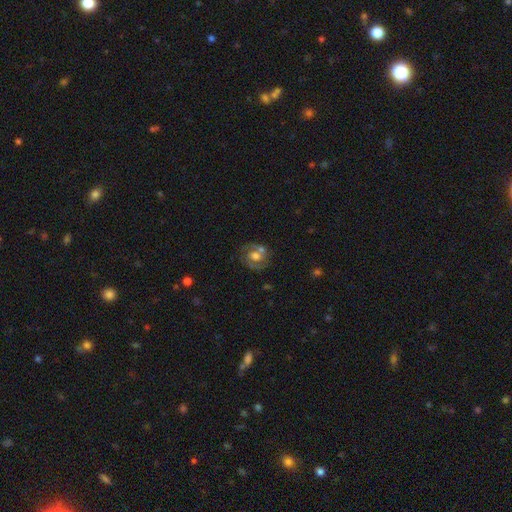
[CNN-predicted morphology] Smooth or featured: featured or disk — 65% (smooth — 26%)
Edge-on disk: no — 97% (yes — 3%)
Bar: no — 58% (weak — 33%)
Spiral arms: yes — 76% (no — 24%)
Bulge size: moderate — 59% (large — 24%)
Merging: none — 59% (merger — 18%)